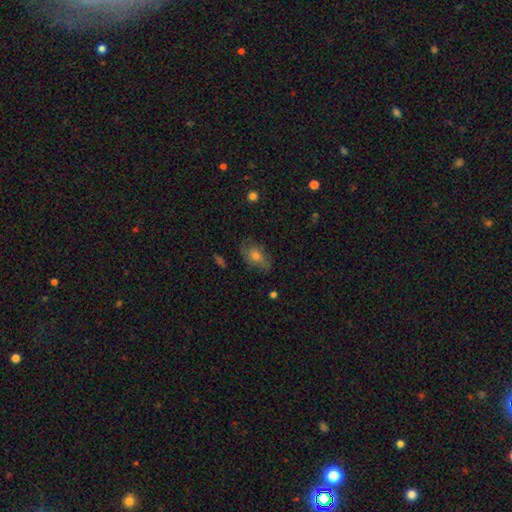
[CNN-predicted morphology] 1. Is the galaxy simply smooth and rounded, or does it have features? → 58% smooth, 29% featured or disk, 13% star or artifact.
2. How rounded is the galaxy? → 80% in between, 16% round, 4% cigar-shaped.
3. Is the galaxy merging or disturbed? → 69% none, 22% minor disturbance, 7% major disturbance, 2% merger.